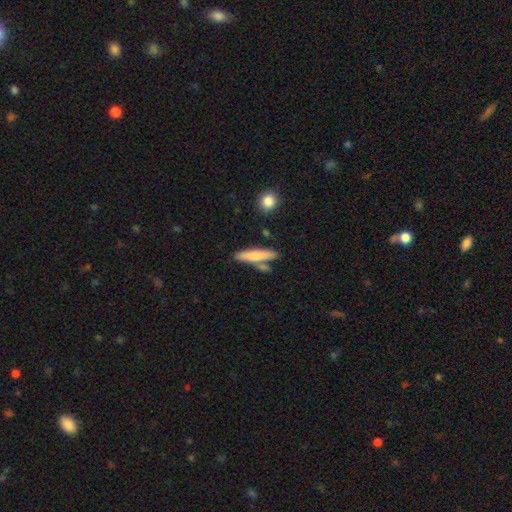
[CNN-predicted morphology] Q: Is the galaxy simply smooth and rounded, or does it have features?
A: smooth — 70%.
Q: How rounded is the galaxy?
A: cigar-shaped — 81%.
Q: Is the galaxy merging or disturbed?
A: none — 71%.